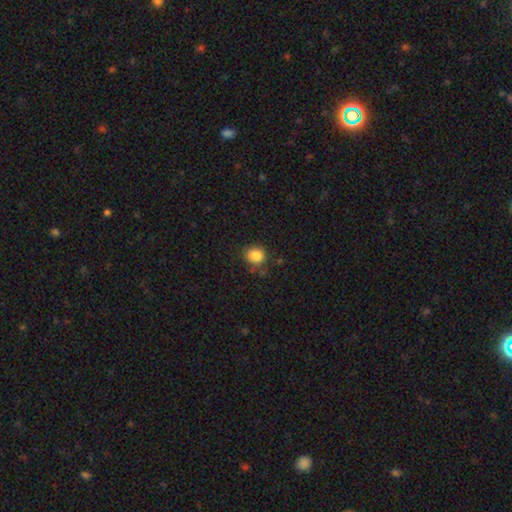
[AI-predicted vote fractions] Smooth or featured? smooth (86%)
How rounded? round (72%)
Merging? none (75%)